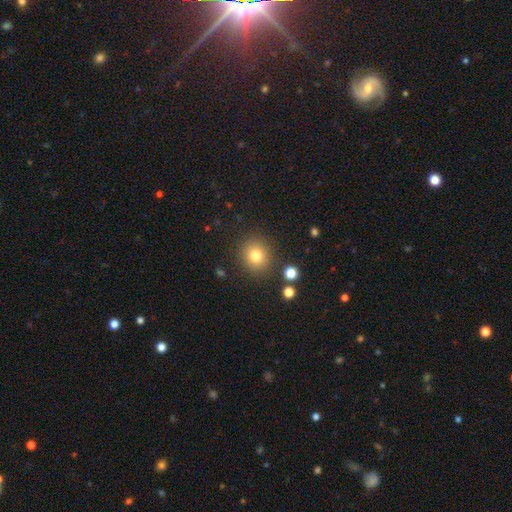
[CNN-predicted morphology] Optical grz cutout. It shows a smooth galaxy with no disk features (79%) that is round (84%). Merging: none (86%).